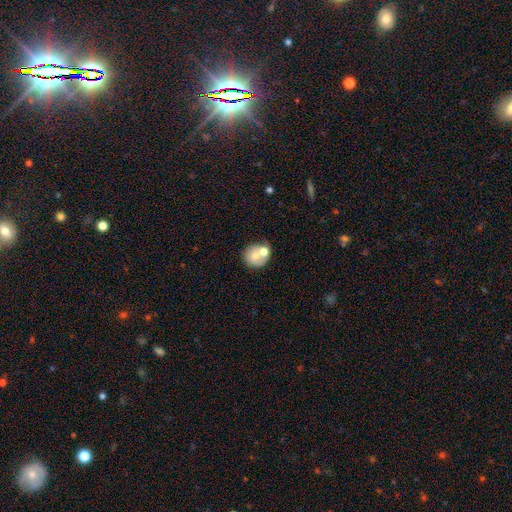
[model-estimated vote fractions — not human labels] Smooth or featured: smooth — 61% (featured or disk — 31%)
How rounded: round — 81% (in between — 18%)
Merging: none — 41% (tied with merger — 41%)